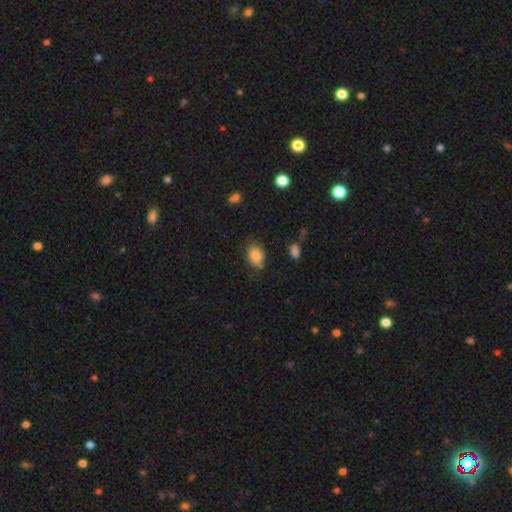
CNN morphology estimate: A smooth galaxy with no disk features (85%) that is in between round and cigar-shaped (67%). Merging: none (66%).